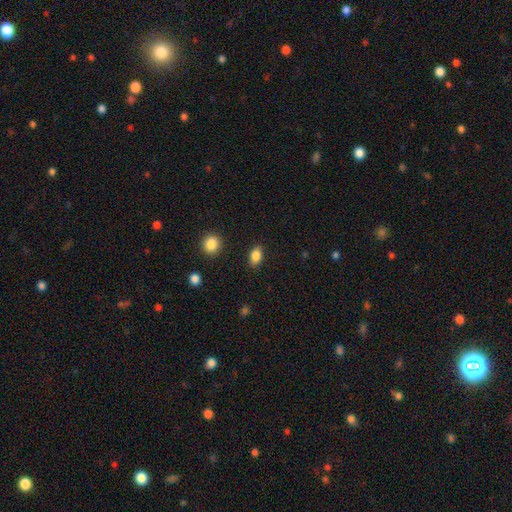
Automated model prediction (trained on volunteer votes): Smooth or featured: smooth — 86% (star or artifact — 9%)
How rounded: in between — 83% (round — 15%)
Merging: none — 86% (minor disturbance — 9%)